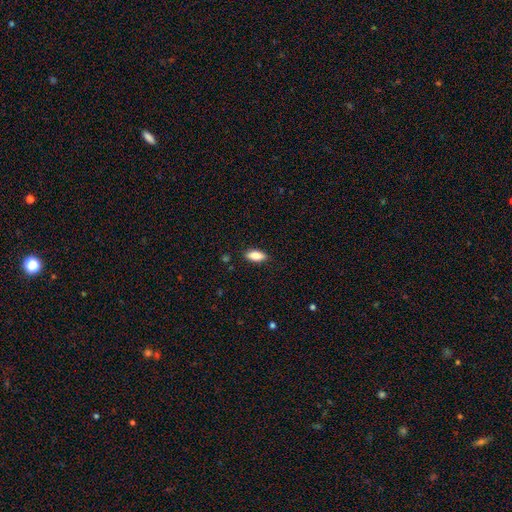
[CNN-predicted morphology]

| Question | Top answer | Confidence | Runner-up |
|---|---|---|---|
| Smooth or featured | smooth | 87% | star or artifact (7%) |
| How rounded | in between | 84% | cigar-shaped (13%) |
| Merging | none | 87% | minor disturbance (9%) |